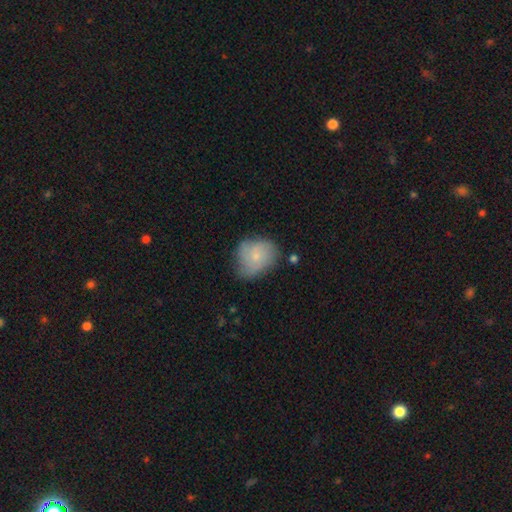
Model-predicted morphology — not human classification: Smooth or featured? smooth (61%)
How rounded? round (57%)
Merging? none (54%)